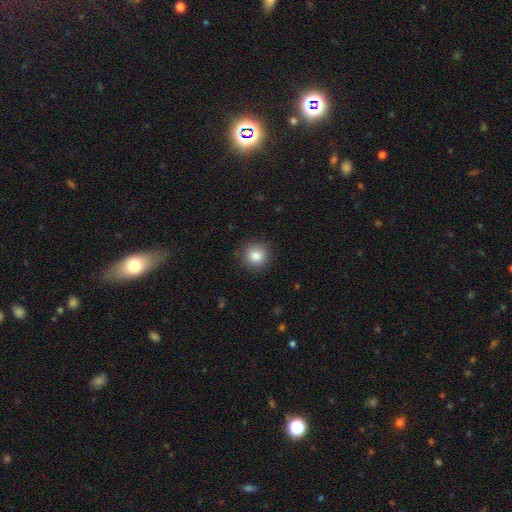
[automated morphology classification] A smooth galaxy with no disk features (84%) that is round (93%). Merging: none (90%).